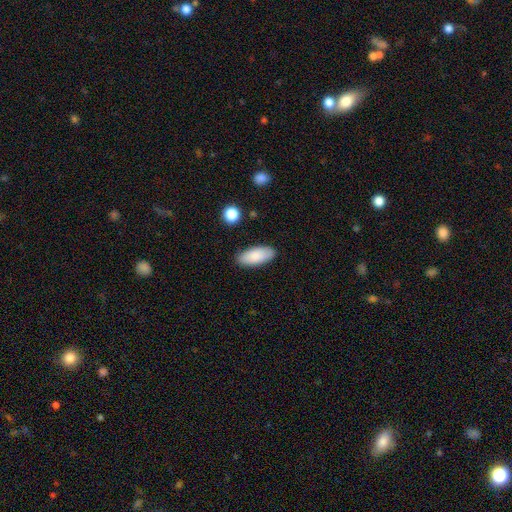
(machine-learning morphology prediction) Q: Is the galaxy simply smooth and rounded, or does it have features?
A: smooth — 86%.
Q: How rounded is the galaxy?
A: in between — 85%.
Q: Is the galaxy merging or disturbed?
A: none — 87%.